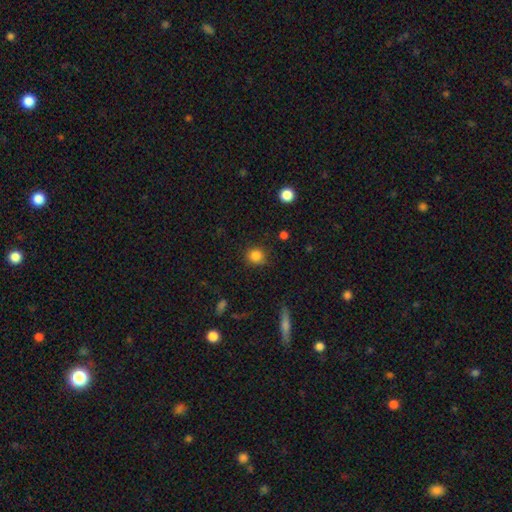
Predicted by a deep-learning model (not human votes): smooth_or_featured: smooth (p=0.84) [alt: star or artifact p=0.11]
how_rounded: round (p=0.88) [alt: in between p=0.11]
merging: none (p=0.84) [alt: minor disturbance p=0.11]